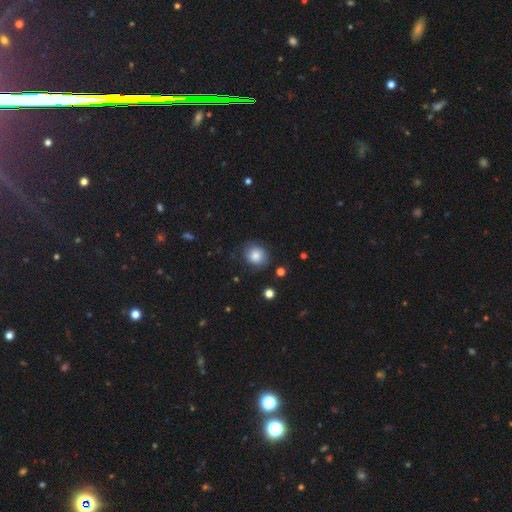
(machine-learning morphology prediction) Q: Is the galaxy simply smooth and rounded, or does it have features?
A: smooth — 82%.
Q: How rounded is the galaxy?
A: round — 72%.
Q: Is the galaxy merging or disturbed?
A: none — 77%.